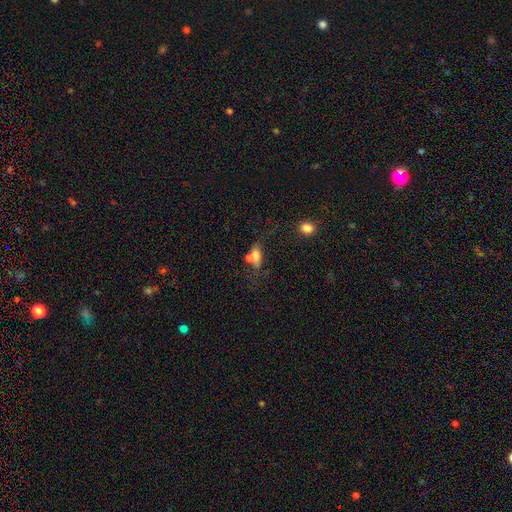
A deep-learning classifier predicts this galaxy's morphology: Smooth or featured?
  - smooth: 66% *
  - featured or disk: 21%
  - star or artifact: 12%
How rounded?
  - in between: 76% *
  - cigar-shaped: 14%
  - round: 11%
Merging?
  - merger: 37% *
  - none: 32%
  - minor disturbance: 16%
  - major disturbance: 15%